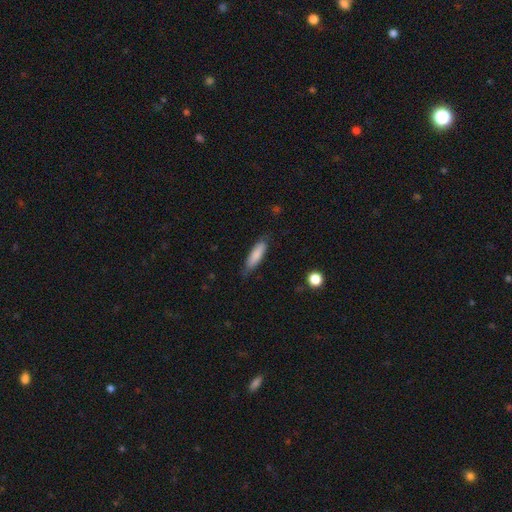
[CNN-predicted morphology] smooth-or-featured: smooth: 83% | featured or disk: 11% | star or artifact: 6%
  how-rounded: cigar-shaped: 62% | in between: 37% | round: 1%
  merging: none: 76% | minor disturbance: 19% | major disturbance: 3% | merger: 1%